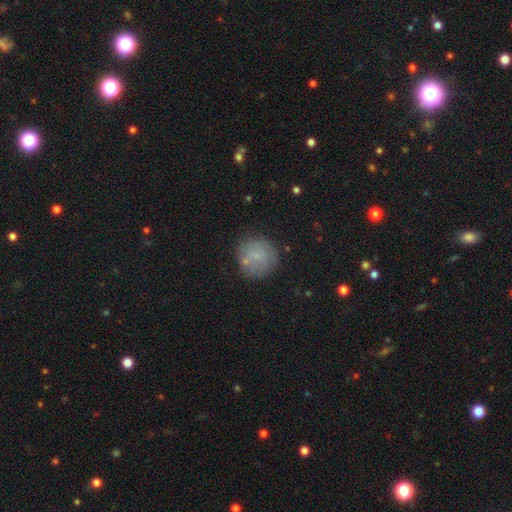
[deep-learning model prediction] Smooth or featured? Predicted: smooth (p=0.69). How rounded? Predicted: round (p=0.92). Merging? Predicted: none (p=0.71).